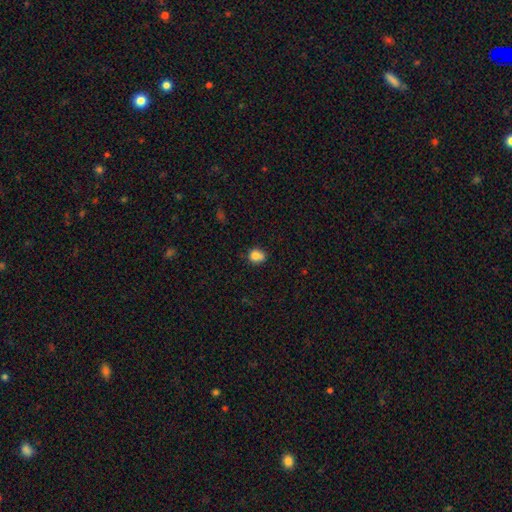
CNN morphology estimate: Smooth or featured? Predicted: smooth (p=0.82). How rounded? Predicted: round (p=0.70). Merging? Predicted: none (p=0.67).